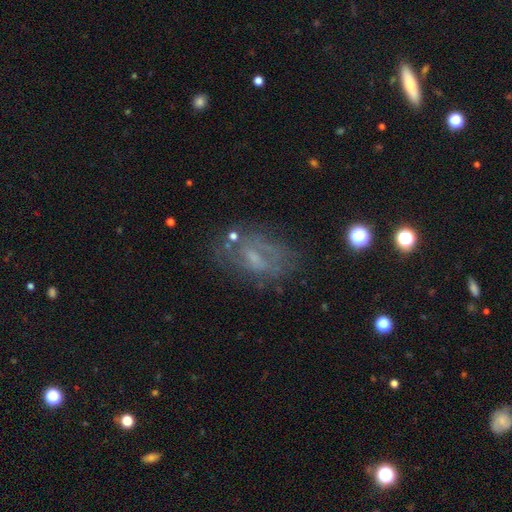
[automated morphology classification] smooth-or-featured: featured or disk: 59% | smooth: 24% | star or artifact: 18%
  disk-edge-on: no: 93% | yes: 7%
    bar: weak: 46% | no: 39% | strong: 16%
    has-spiral-arms: yes: 54% | no: 46%
    bulge-size: small: 46% | none: 27% | moderate: 23% | large: 2% | dominant: 1%
  merging: none: 59% | minor disturbance: 20% | major disturbance: 16% | merger: 5%